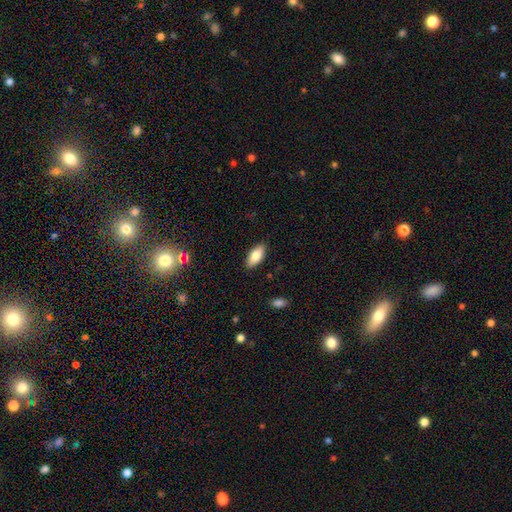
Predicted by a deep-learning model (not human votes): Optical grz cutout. It shows a smooth galaxy with no disk features (80%) that is in between round and cigar-shaped (88%). Merging: none (88%).